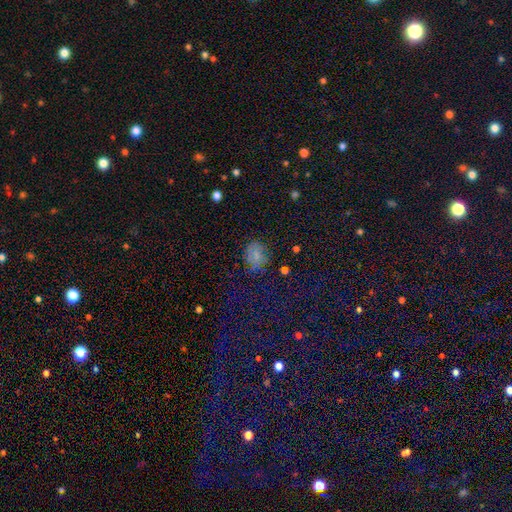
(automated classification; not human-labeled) Smooth or featured: smooth — 69% (star or artifact — 20%)
How rounded: in between — 52% (round — 47%)
Merging: none — 77% (minor disturbance — 16%)